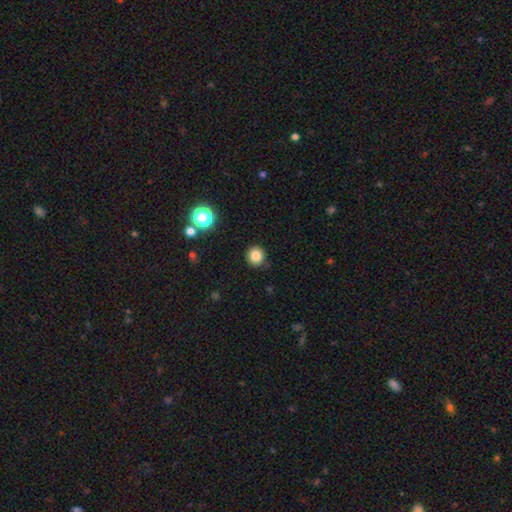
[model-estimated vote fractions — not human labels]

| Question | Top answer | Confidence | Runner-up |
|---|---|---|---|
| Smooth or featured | smooth | 83% | star or artifact (12%) |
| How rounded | round | 90% | in between (9%) |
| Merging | none | 90% | minor disturbance (7%) |